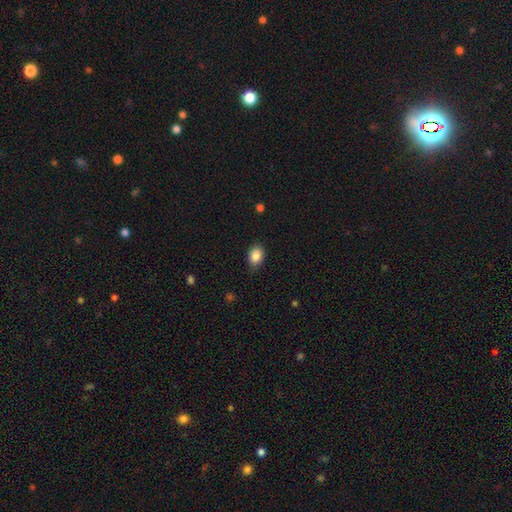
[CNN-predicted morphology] This is clearly a smooth galaxy (86%). How rounded: likely in between (70%). Merging: clearly none (82%).